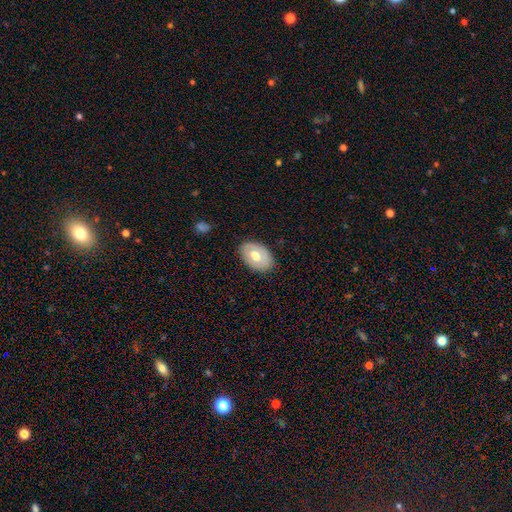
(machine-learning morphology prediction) This appears to be a smooth galaxy with no disk features (59%) that is in between round and cigar-shaped (85%). Merging: none (83%).